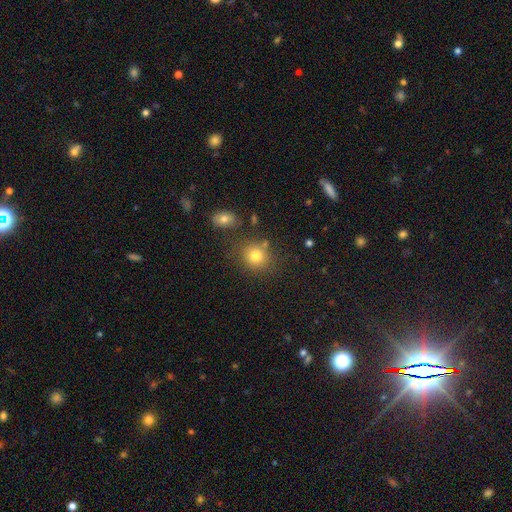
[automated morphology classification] A smooth galaxy with no disk features (79%) that is round (78%). Merging: none (74%).